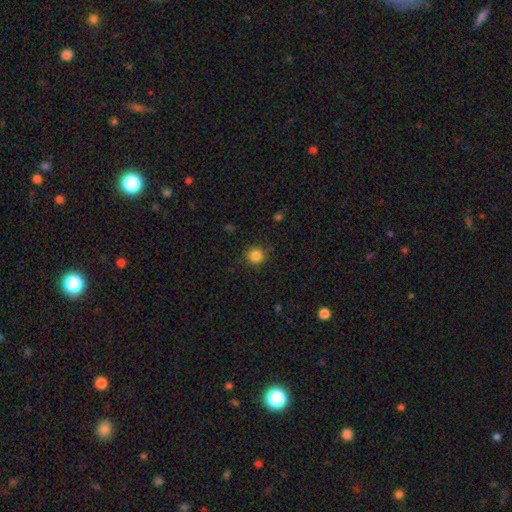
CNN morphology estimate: Smooth or featured? smooth (85%)
How rounded? round (93%)
Merging? none (88%)